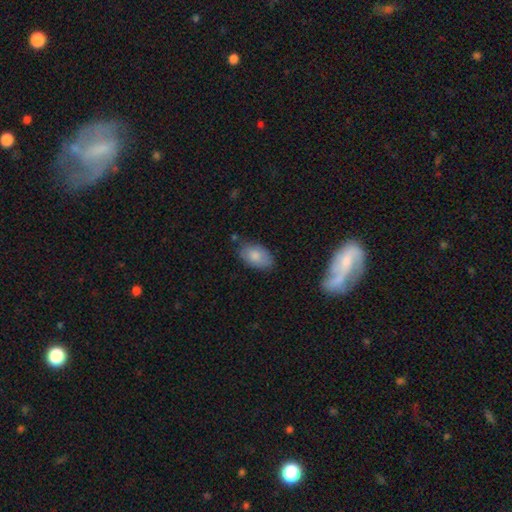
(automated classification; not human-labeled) Smooth or featured? smooth (83%)
How rounded? in between (92%)
Merging? none (75%)